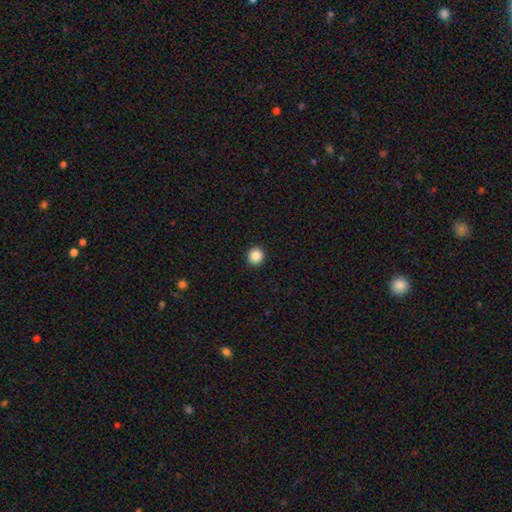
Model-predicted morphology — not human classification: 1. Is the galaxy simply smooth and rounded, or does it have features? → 87% smooth, 10% star or artifact, 3% featured or disk.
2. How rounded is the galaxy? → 93% round, 6% in between, 1% cigar-shaped.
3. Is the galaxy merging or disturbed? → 93% none, 4% minor disturbance, 2% major disturbance, 1% merger.